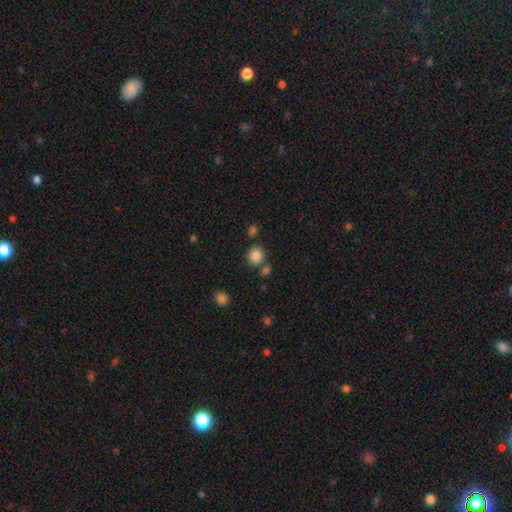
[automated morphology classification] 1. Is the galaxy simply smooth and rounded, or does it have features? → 85% smooth, 10% star or artifact, 5% featured or disk.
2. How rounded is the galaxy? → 77% round, 22% in between, 1% cigar-shaped.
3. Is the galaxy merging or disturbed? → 72% none, 14% merger, 11% minor disturbance, 4% major disturbance.